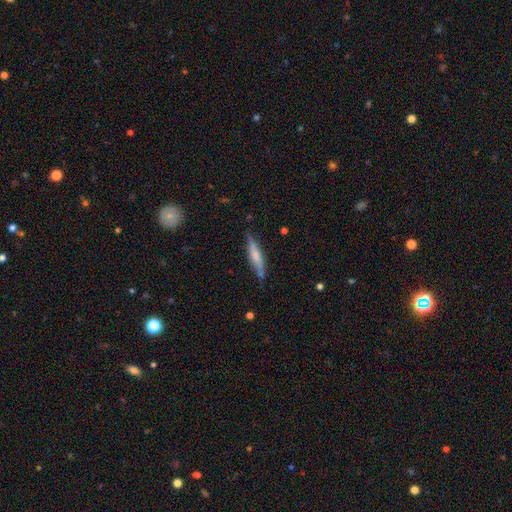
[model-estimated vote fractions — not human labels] Smooth or featured?
  - smooth: 52% *
  - featured or disk: 42%
  - star or artifact: 6%
How rounded?
  - cigar-shaped: 86% *
  - in between: 12%
  - round: 2%
Merging?
  - none: 79% *
  - minor disturbance: 16%
  - major disturbance: 3%
  - merger: 2%